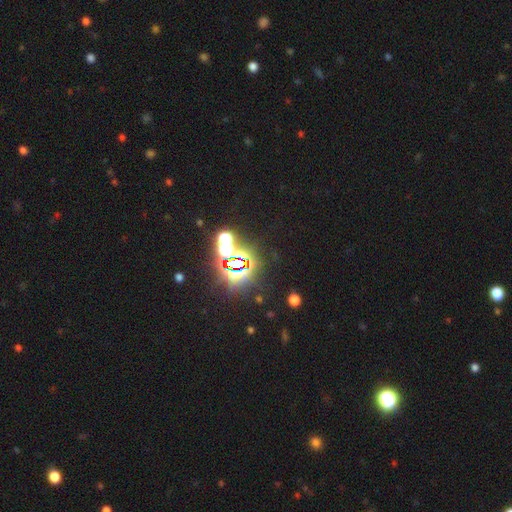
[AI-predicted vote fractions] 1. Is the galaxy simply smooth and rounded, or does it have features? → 83% star or artifact, 10% smooth, 7% featured or disk.